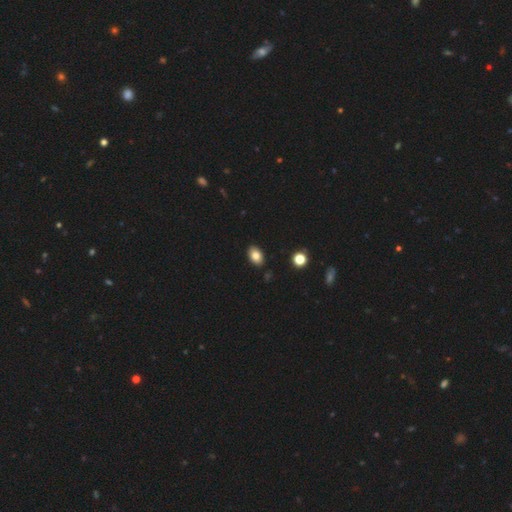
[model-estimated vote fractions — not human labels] smooth-or-featured: smooth: 83% | star or artifact: 9% | featured or disk: 8%
  how-rounded: in between: 88% | round: 11% | cigar-shaped: 1%
  merging: none: 88% | minor disturbance: 8% | merger: 2% | major disturbance: 2%